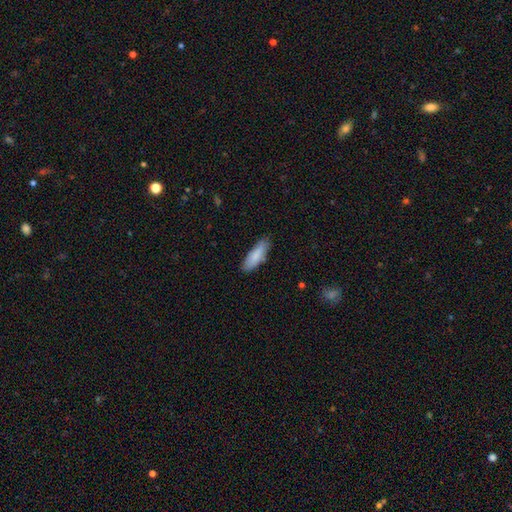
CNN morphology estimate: The model was most divided on "how rounded": in between: 54%, cigar-shaped: 44%, round: 1%. More confident: smooth or featured — smooth (85%); merging — none (82%).